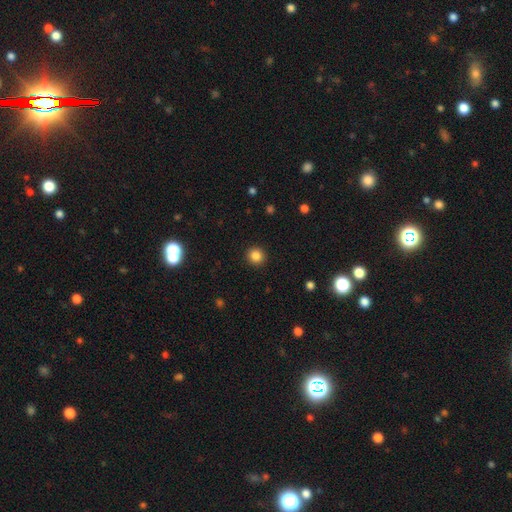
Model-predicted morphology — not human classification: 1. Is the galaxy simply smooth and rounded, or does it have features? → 84% smooth, 12% star or artifact, 4% featured or disk.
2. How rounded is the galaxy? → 93% round, 6% in between, 1% cigar-shaped.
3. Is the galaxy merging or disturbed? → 92% none, 5% minor disturbance, 2% major disturbance, 1% merger.